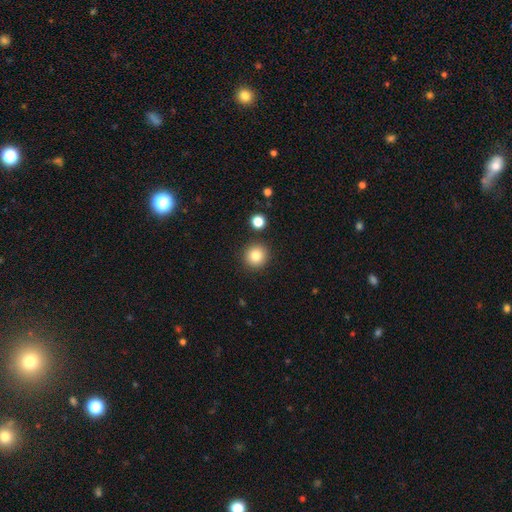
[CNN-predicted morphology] Overall: smooth (83%). How rounded: round (94%). Merging: none (89%).